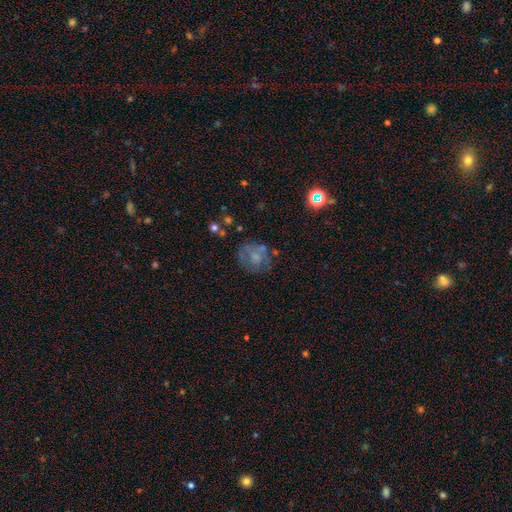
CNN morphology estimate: smooth_or_featured: smooth (p=0.45) [alt: featured or disk p=0.43]
merging: none (p=0.56) [alt: minor disturbance p=0.22]